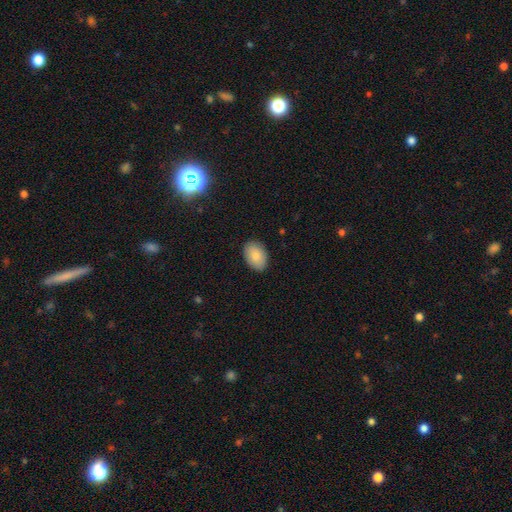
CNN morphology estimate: smooth 85%, featured or disk 8%, star or artifact 6%. Down the decision tree: how rounded — in between (86%); merging — none (87%).